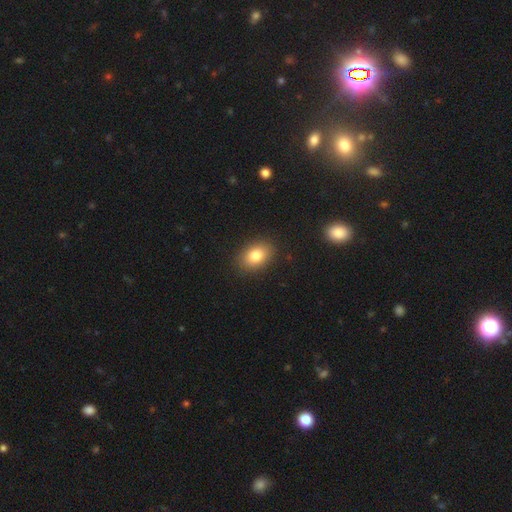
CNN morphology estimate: smooth-or-featured: smooth: 82% | star or artifact: 9% | featured or disk: 8%
  how-rounded: in between: 78% | round: 21% | cigar-shaped: 1%
  merging: none: 88% | minor disturbance: 8% | major disturbance: 2% | merger: 1%